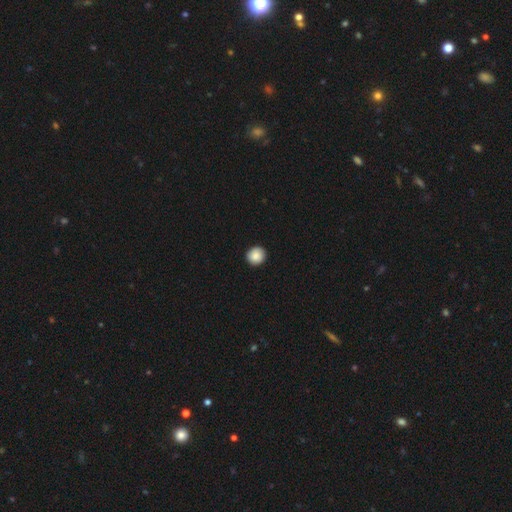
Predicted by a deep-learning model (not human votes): Overall: smooth (87%). How rounded: round (91%). Merging: none (91%).